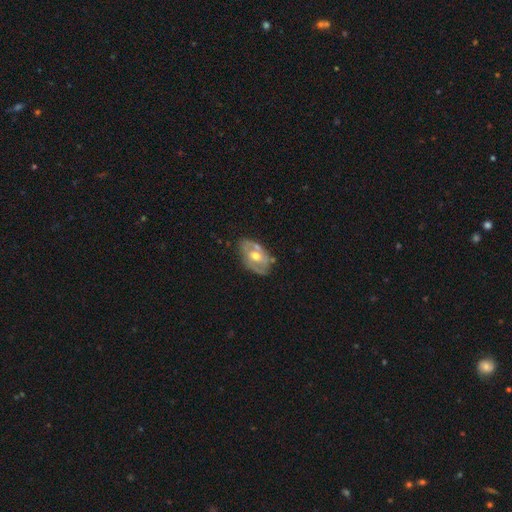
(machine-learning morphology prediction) This appears to be a featured or disk galaxy (66%) with no bar (50%), spiral arms (50%, tied with no) and a moderate central bulge (74%). Merging: none (64%).